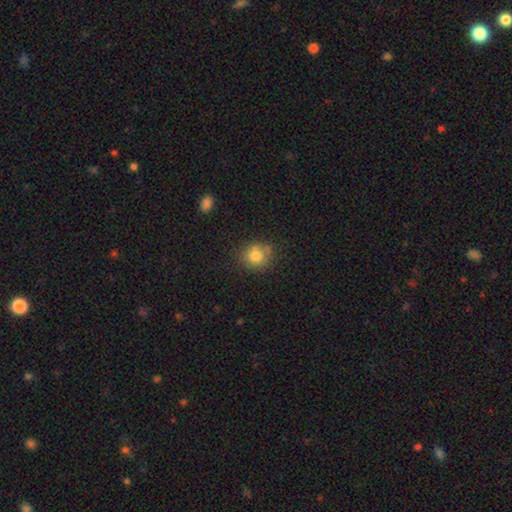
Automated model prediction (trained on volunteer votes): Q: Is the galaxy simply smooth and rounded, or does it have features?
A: smooth — 79%.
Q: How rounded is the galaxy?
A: round — 84%.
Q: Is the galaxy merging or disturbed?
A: none — 72%.